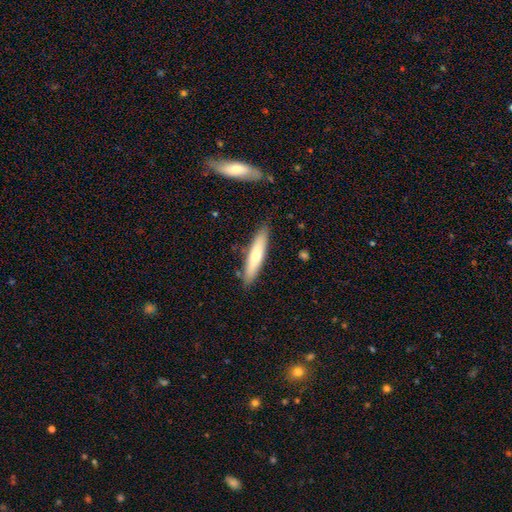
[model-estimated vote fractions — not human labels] Q: Smooth or featured?
A: smooth (60%); runner-up: featured or disk (34%)
Q: How rounded?
A: cigar-shaped (81%); runner-up: in between (17%)
Q: Merging?
A: none (86%); runner-up: minor disturbance (10%)